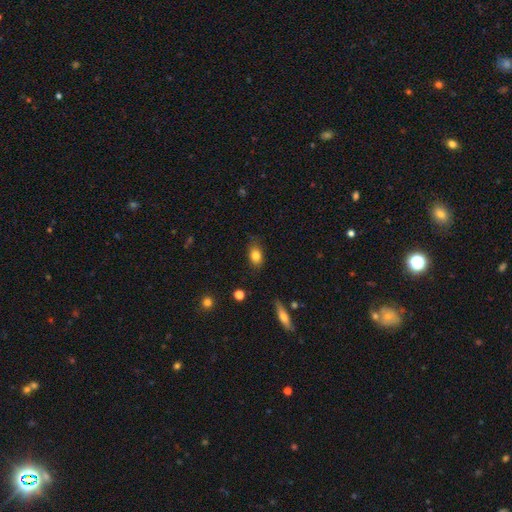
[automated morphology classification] Q: Smooth or featured?
A: smooth (82%); runner-up: featured or disk (9%)
Q: How rounded?
A: in between (80%); runner-up: round (17%)
Q: Merging?
A: none (77%); runner-up: minor disturbance (18%)